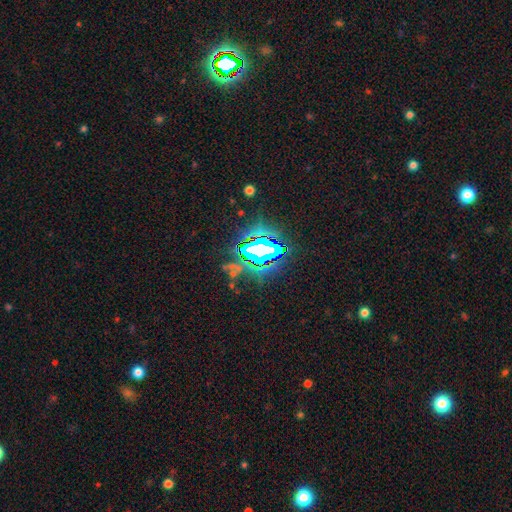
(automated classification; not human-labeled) Smooth or featured?
  - star or artifact: 82% *
  - smooth: 11%
  - featured or disk: 7%